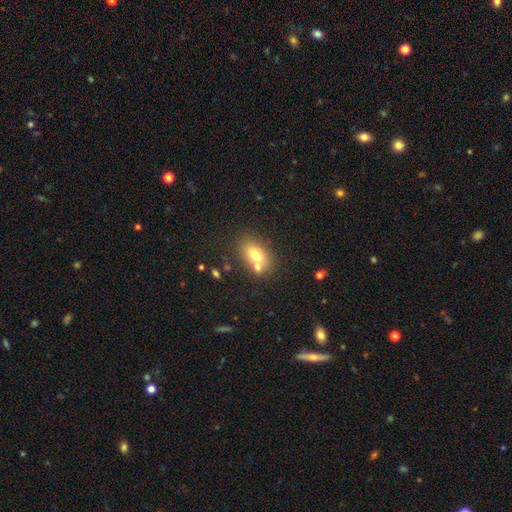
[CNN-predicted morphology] smooth-or-featured: smooth: 72% | featured or disk: 18% | star or artifact: 11%
  how-rounded: in between: 77% | round: 22% | cigar-shaped: 2%
  merging: none: 55% | merger: 28% | minor disturbance: 13% | major disturbance: 4%